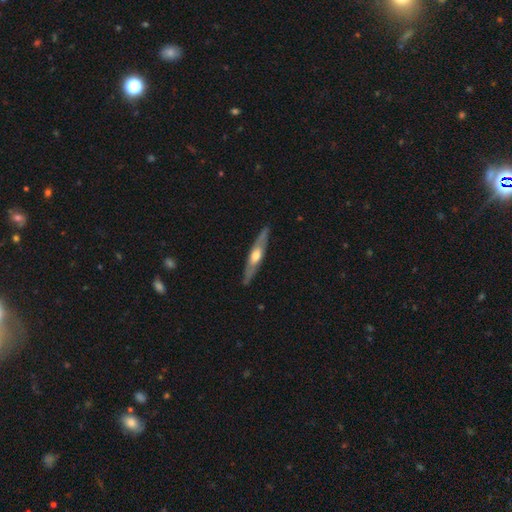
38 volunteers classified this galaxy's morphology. smooth_or_featured: featured or disk (p=0.68) [alt: smooth p=0.26]
disk_edge_on: yes (p=0.85) [alt: no p=0.15]
edge_on_bulge: rounded (p=0.68) [alt: none p=0.27]
merging: none (p=0.81) [alt: minor disturbance p=0.17]